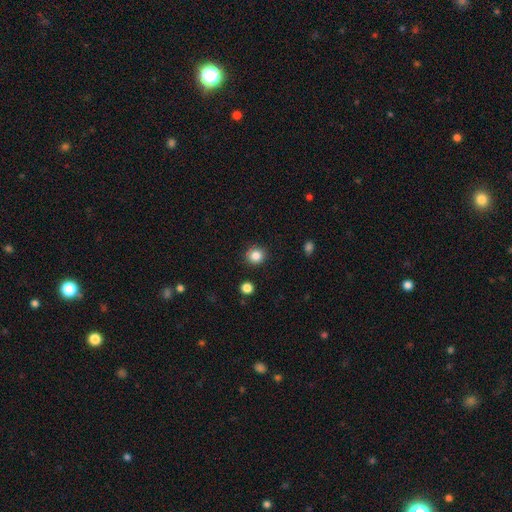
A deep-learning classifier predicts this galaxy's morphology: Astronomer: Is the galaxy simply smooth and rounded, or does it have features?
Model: smooth — 85%.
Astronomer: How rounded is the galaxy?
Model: round — 86%.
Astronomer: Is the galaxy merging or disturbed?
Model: none — 89%.